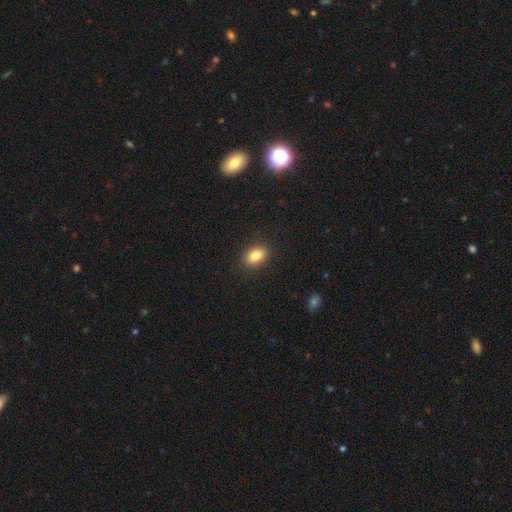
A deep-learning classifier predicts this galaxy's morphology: This appears to be a smooth galaxy with no disk features (83%) that is in between round and cigar-shaped (80%). Merging: none (89%).